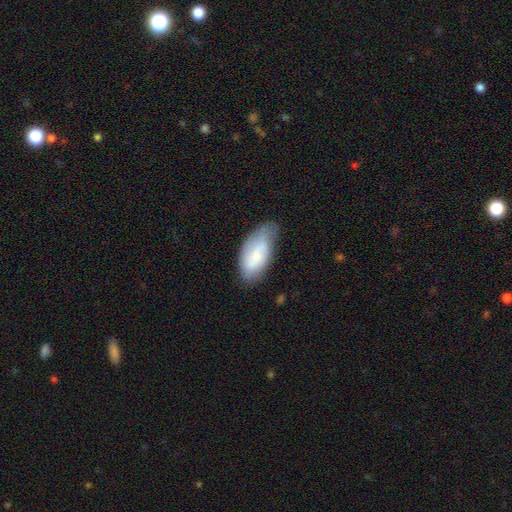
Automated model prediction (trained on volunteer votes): The model was most divided on "merging": none: 53%, minor disturbance: 35%, major disturbance: 9%, merger: 2%. More confident: how rounded — in between (92%); smooth or featured — smooth (65%).